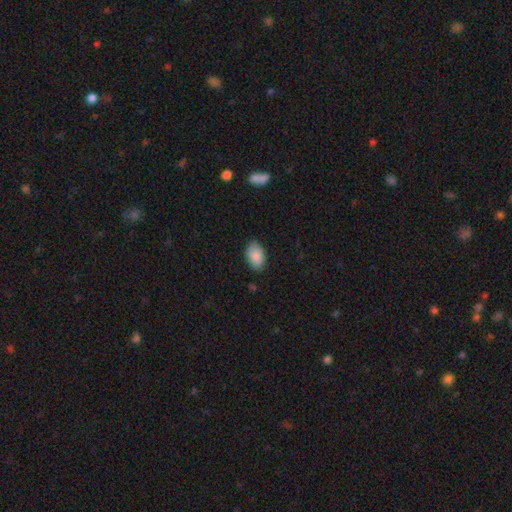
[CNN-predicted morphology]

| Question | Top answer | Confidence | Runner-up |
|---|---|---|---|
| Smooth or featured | smooth | 88% | star or artifact (7%) |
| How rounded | in between | 92% | round (7%) |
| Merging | none | 82% | minor disturbance (14%) |